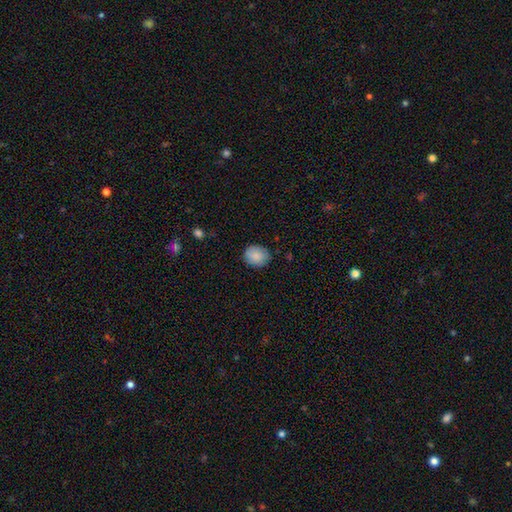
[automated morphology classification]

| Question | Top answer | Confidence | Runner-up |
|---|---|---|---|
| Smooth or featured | smooth | 86% | star or artifact (7%) |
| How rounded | round | 61% | in between (38%) |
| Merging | none | 82% | minor disturbance (14%) |